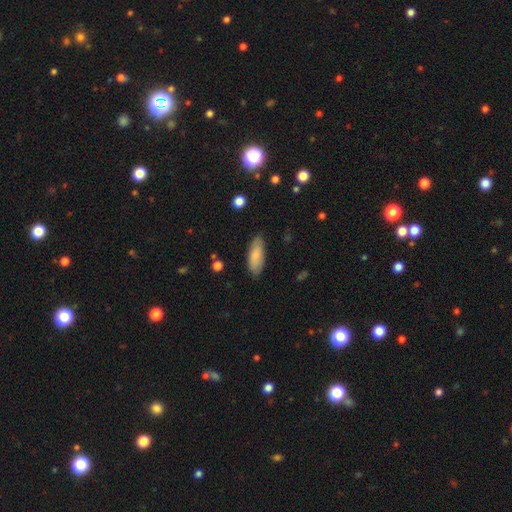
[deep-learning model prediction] This is clearly a smooth galaxy (83%). How rounded: likely in between (72%). Merging: clearly none (82%).